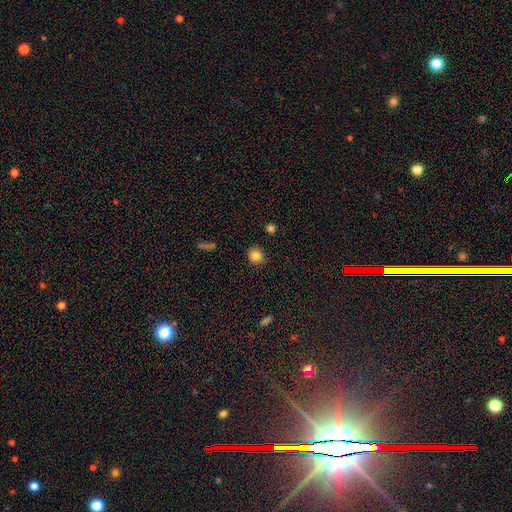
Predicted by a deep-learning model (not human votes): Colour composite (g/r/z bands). It shows a smooth galaxy with no disk features (84%) that is round (81%). Merging: none (89%).